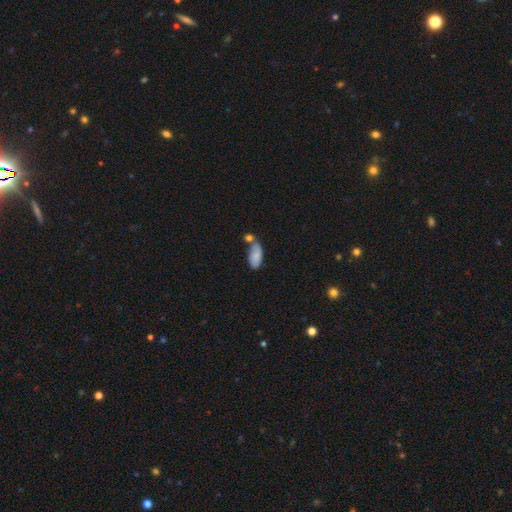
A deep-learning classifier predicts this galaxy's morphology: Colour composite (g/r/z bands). It shows a smooth galaxy with no disk features (82%) that is in between round and cigar-shaped (88%). Merging: none (39%).